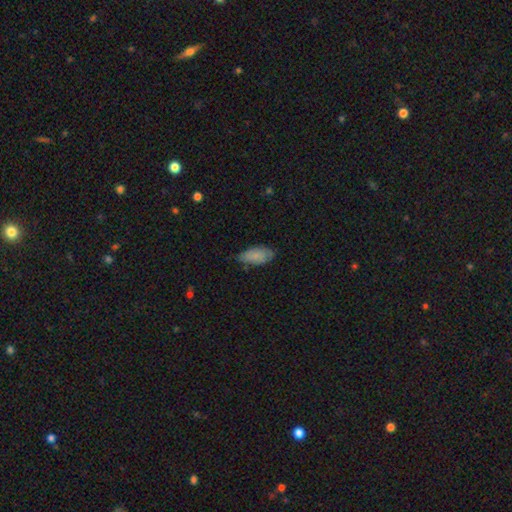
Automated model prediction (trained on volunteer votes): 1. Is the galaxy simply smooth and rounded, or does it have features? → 78% smooth, 15% featured or disk, 7% star or artifact.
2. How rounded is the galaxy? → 90% in between, 7% cigar-shaped, 2% round.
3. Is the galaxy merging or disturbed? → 58% none, 34% minor disturbance, 6% major disturbance, 2% merger.